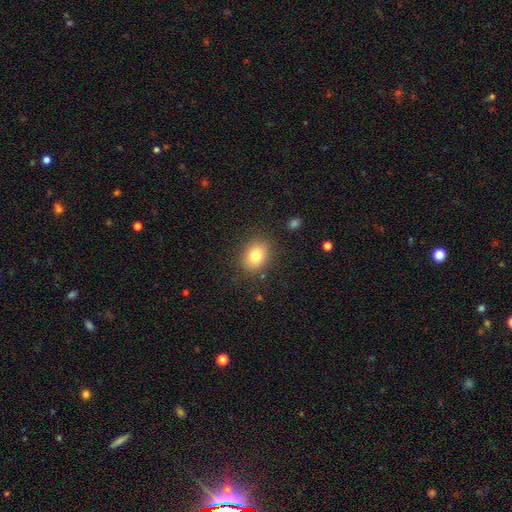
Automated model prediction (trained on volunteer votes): Smooth or featured? Predicted: smooth (p=0.80). How rounded? Predicted: round (p=0.50). Merging? Predicted: none (p=0.85).